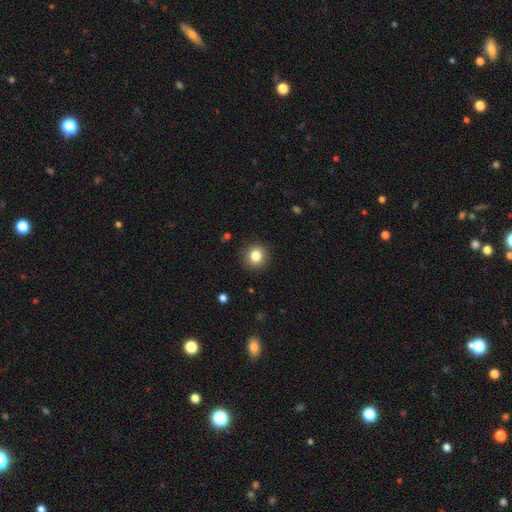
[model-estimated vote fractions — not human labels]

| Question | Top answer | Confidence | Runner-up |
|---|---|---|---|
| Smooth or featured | smooth | 83% | star or artifact (10%) |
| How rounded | round | 88% | in between (11%) |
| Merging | none | 90% | minor disturbance (6%) |